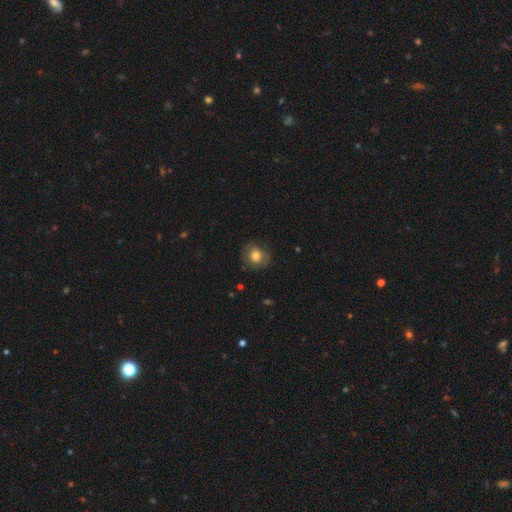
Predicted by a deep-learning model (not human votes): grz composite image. It shows a smooth galaxy with no disk features (74%) that is round (81%). Merging: none (80%).